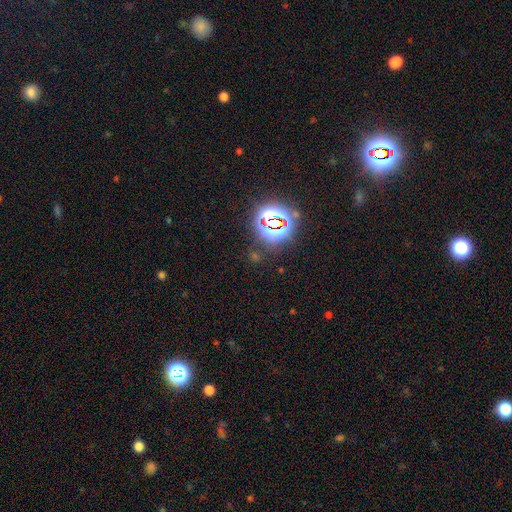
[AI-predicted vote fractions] Smooth or featured? star or artifact (75%)